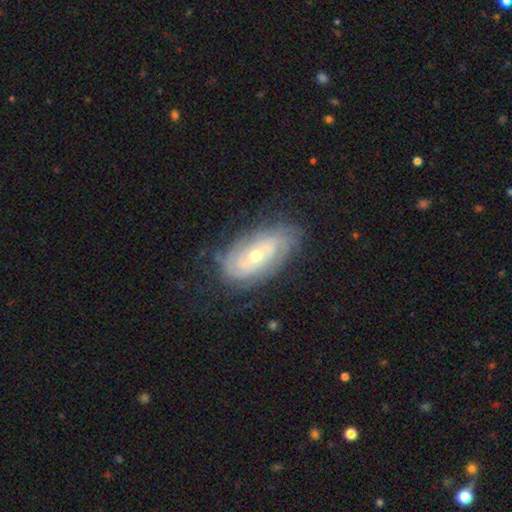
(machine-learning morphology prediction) A featured or disk galaxy (83%) with no bar (59%), tight (78%) spiral arms (95%) and a moderate central bulge (56%). Merging: none (76%).